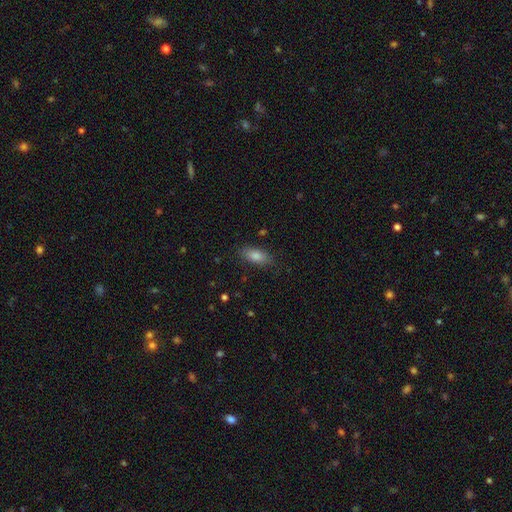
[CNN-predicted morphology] Smooth or featured?
  - smooth: 81% *
  - featured or disk: 10%
  - star or artifact: 10%
How rounded?
  - in between: 82% *
  - cigar-shaped: 14%
  - round: 4%
Merging?
  - none: 85% *
  - minor disturbance: 11%
  - major disturbance: 3%
  - merger: 1%